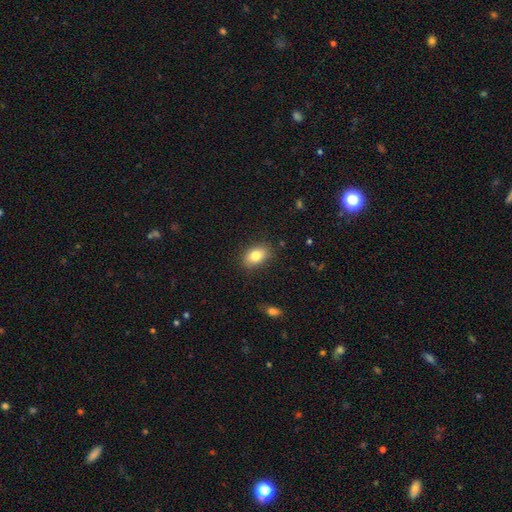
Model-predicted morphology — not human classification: smooth-or-featured: smooth: 82% | featured or disk: 10% | star or artifact: 8%
  how-rounded: in between: 85% | round: 14% | cigar-shaped: 2%
  merging: none: 84% | minor disturbance: 12% | major disturbance: 3% | merger: 1%